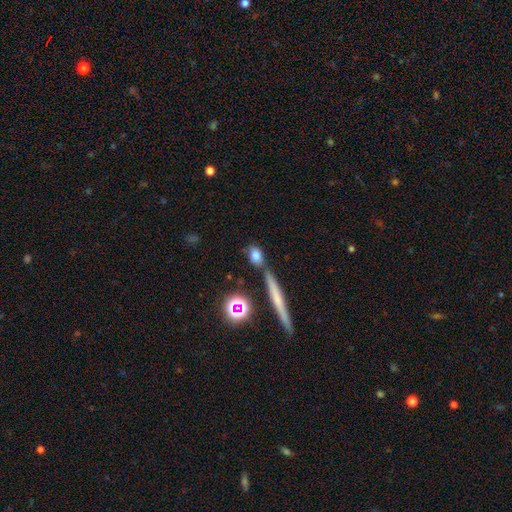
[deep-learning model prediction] smooth_or_featured: smooth (p=0.75) [alt: featured or disk p=0.13]
how_rounded: in between (p=0.53) [alt: round p=0.29]
merging: none (p=0.57) [alt: merger p=0.22]